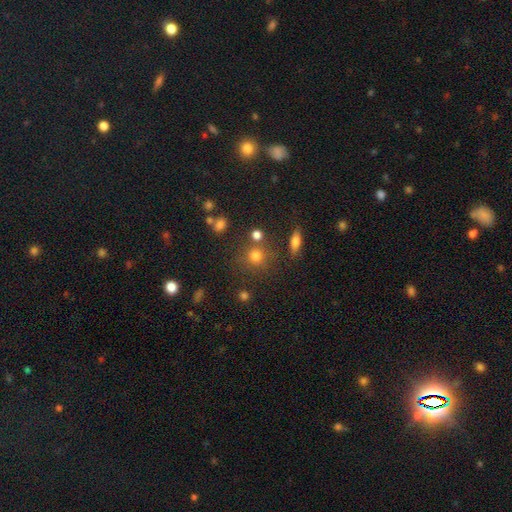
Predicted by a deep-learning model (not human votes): Smooth or featured?
  - smooth: 75% *
  - star or artifact: 16%
  - featured or disk: 9%
How rounded?
  - round: 87% *
  - in between: 11%
  - cigar-shaped: 1%
Merging?
  - none: 71% *
  - merger: 12%
  - minor disturbance: 11%
  - major disturbance: 5%